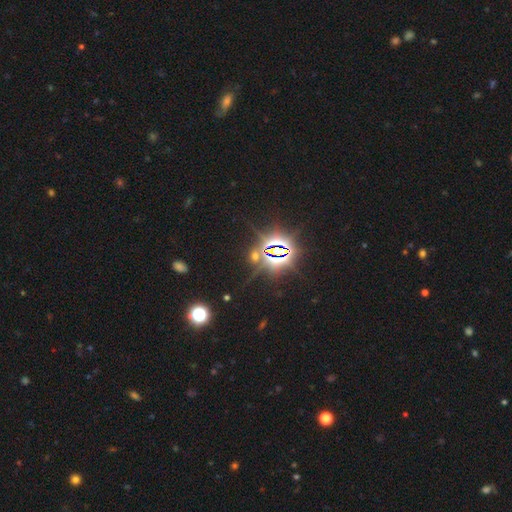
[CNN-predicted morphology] Q: Smooth or featured?
A: star or artifact (78%); runner-up: smooth (14%)